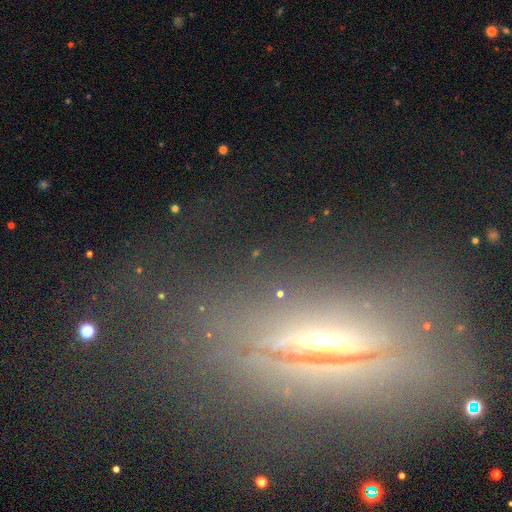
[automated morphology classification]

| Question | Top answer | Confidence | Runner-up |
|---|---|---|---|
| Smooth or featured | featured or disk | 44% | star or artifact (34%) |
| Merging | none | 77% | minor disturbance (11%) |